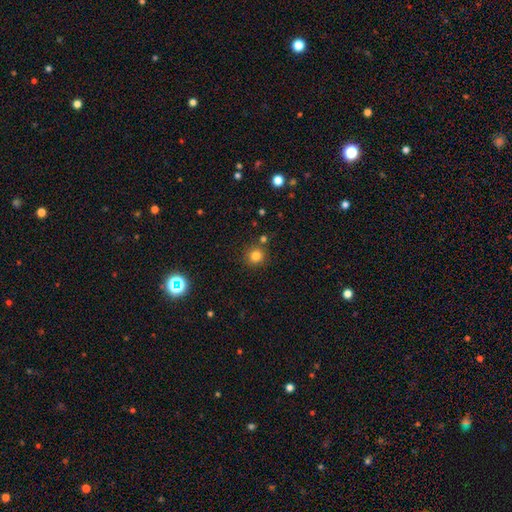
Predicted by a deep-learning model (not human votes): A smooth galaxy with no disk features (80%) that is round (93%).

Vote fractions:
- Smooth or featured? smooth: 80% / star or artifact: 14% / featured or disk: 6%
- How rounded? round: 93% / in between: 6% / cigar-shaped: 1%
- Merging? none: 83% / minor disturbance: 7% / merger: 7% / major disturbance: 2%